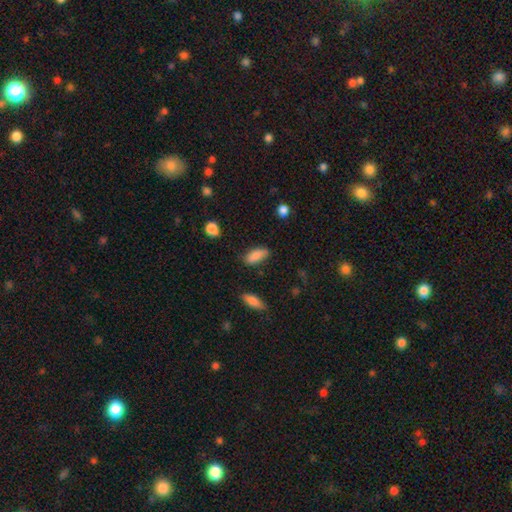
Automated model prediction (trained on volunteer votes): Smooth or featured?
  - smooth: 85% *
  - featured or disk: 8%
  - star or artifact: 7%
How rounded?
  - in between: 85% *
  - cigar-shaped: 12%
  - round: 2%
Merging?
  - none: 78% *
  - minor disturbance: 16%
  - major disturbance: 3%
  - merger: 2%